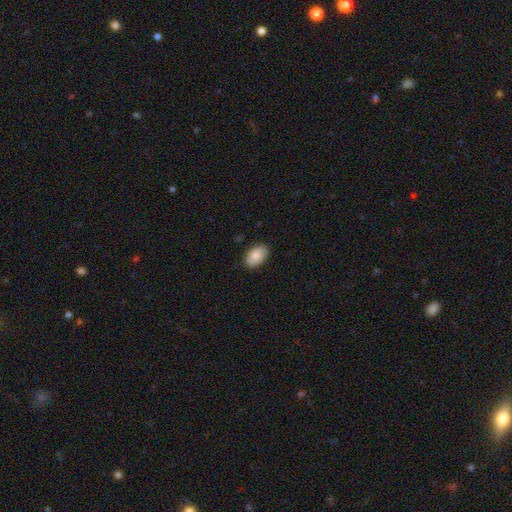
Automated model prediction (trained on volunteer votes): This appears to be a smooth galaxy with no disk features (85%) that is in between round and cigar-shaped (92%). Merging: none (86%).